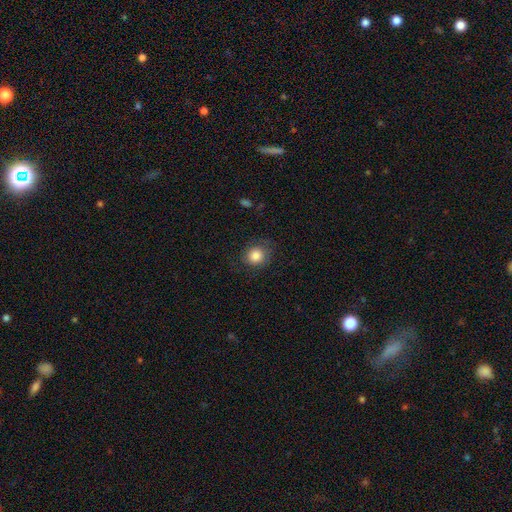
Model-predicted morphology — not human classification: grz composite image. It shows a smooth galaxy with no disk features (84%) that is round (81%). Merging: none (77%).